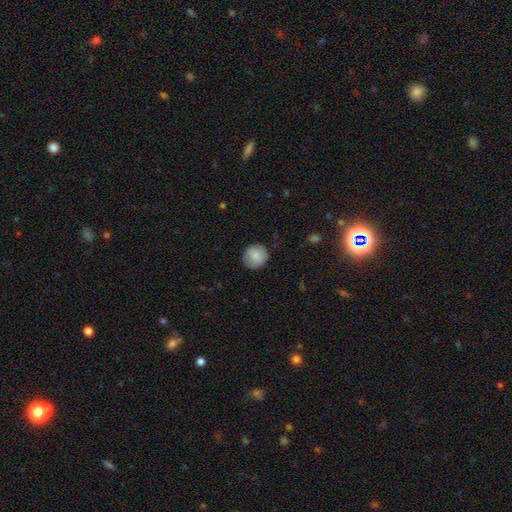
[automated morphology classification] The model was most divided on "merging": none: 83%, minor disturbance: 13%, major disturbance: 3%, merger: 1%. More confident: how rounded — round (90%); smooth or featured — smooth (85%).